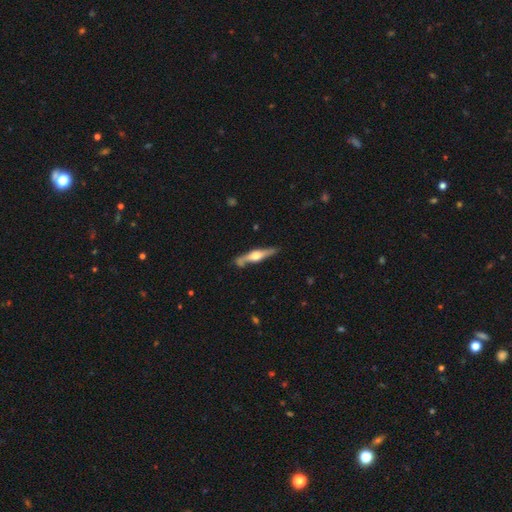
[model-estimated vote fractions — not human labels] Overall: featured or disk (68%). Edge-on disk: yes (95%). Edge-on bulge: rounded (90%). Merging: none (79%).